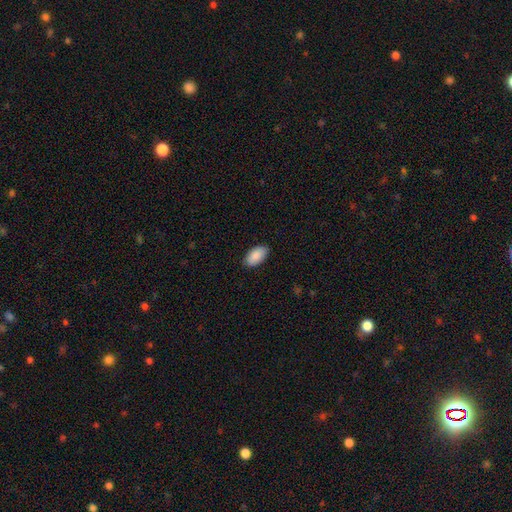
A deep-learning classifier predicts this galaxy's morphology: Overall: smooth (90%). How rounded: in between (96%). Merging: none (87%).